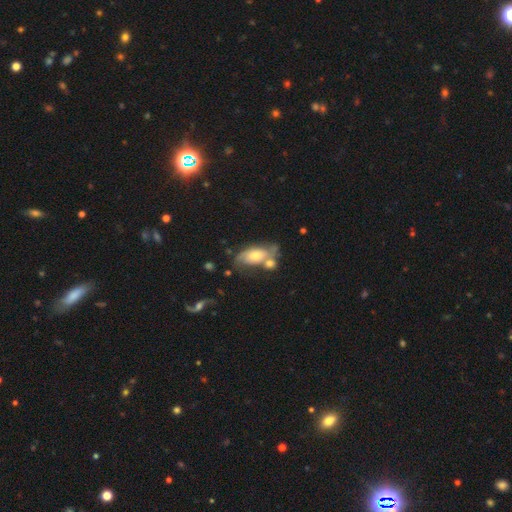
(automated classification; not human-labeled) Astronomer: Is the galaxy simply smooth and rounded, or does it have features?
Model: featured or disk — 51% (runner-up: smooth, 41%).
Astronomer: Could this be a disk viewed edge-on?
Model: no — 87%.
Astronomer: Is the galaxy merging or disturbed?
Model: none — 41% (runner-up: merger, 27%).